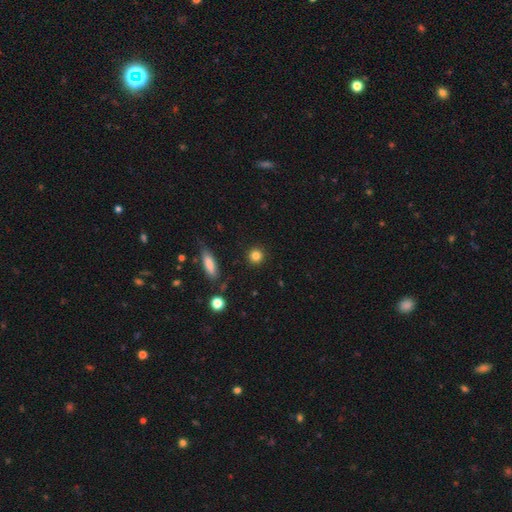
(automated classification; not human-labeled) A smooth galaxy with no disk features (85%) that is round (90%).

Vote fractions:
- Smooth or featured? smooth: 85% / star or artifact: 10% / featured or disk: 5%
- How rounded? round: 90% / in between: 8% / cigar-shaped: 2%
- Merging? none: 90% / minor disturbance: 6% / major disturbance: 2% / merger: 2%